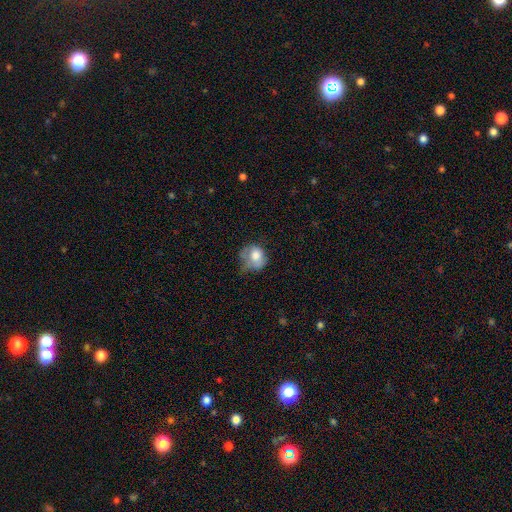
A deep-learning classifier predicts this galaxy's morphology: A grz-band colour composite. It shows a smooth galaxy with no disk features (70%) that is round (61%). Merging: minor disturbance (35%).